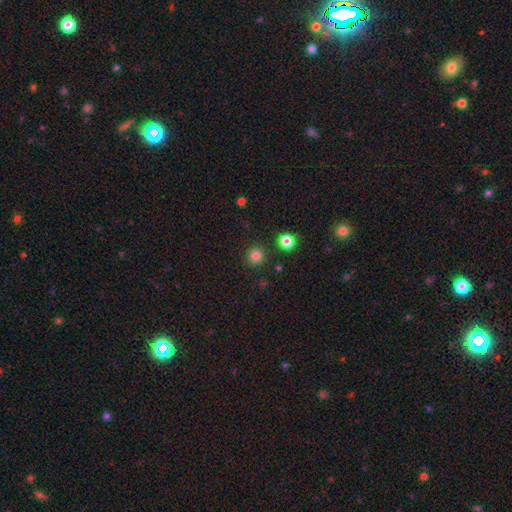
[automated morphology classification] smooth-or-featured: smooth: 82% | star or artifact: 14% | featured or disk: 4%
  how-rounded: round: 95% | in between: 4% | cigar-shaped: 1%
  merging: none: 90% | minor disturbance: 5% | merger: 2% | major disturbance: 2%